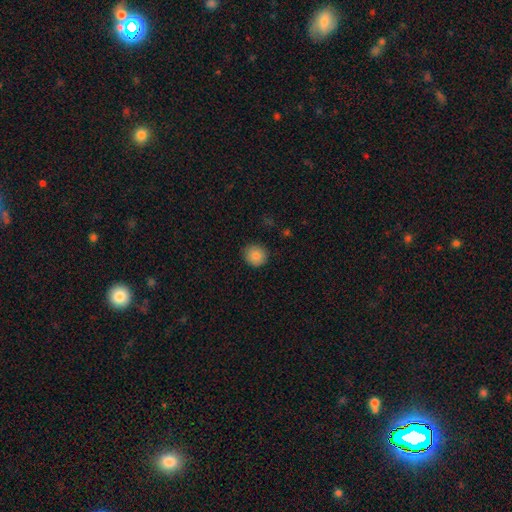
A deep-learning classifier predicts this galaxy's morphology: Smooth or featured: smooth — 85% (star or artifact — 9%)
How rounded: round — 92% (in between — 7%)
Merging: none — 89% (minor disturbance — 8%)